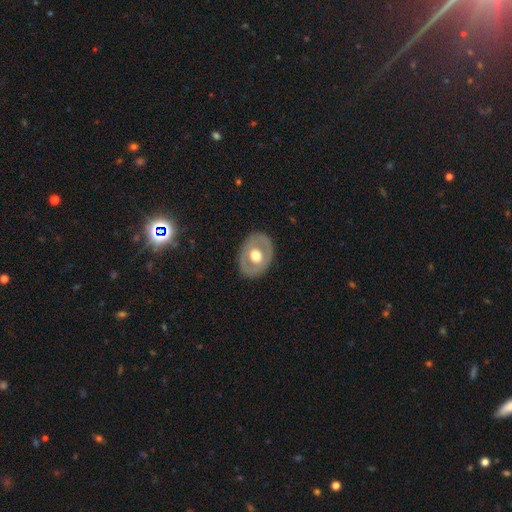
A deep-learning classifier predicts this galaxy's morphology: Smooth or featured?
  - featured or disk: 51% *
  - smooth: 43%
  - star or artifact: 5%
Edge-on disk?
  - no: 91% *
  - yes: 9%
Merging?
  - none: 84% *
  - minor disturbance: 11%
  - major disturbance: 4%
  - merger: 1%